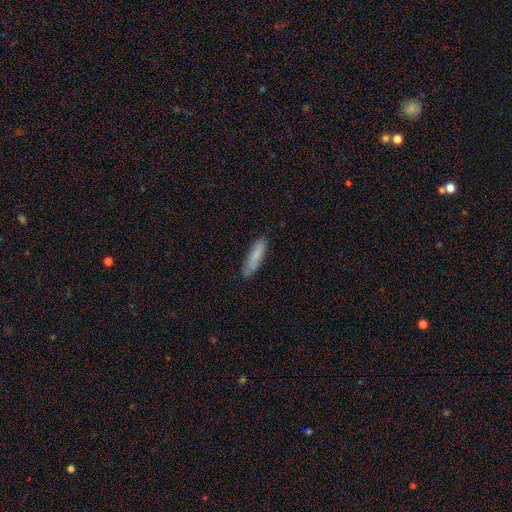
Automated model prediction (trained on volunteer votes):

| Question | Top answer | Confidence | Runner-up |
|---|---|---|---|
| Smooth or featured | smooth | 78% | featured or disk (15%) |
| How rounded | cigar-shaped | 72% | in between (26%) |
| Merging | none | 80% | minor disturbance (16%) |